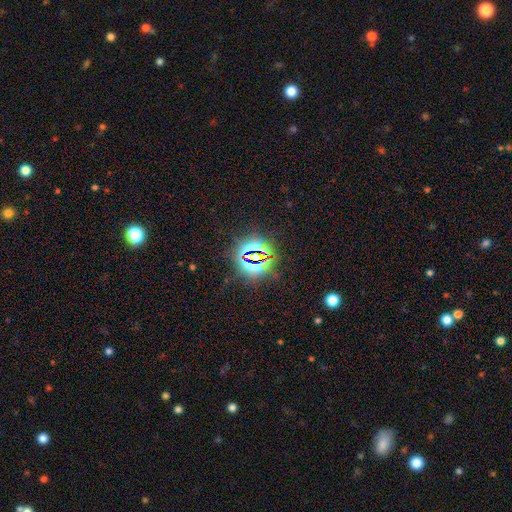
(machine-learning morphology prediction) Smooth or featured: star or artifact — 80% (smooth — 12%)